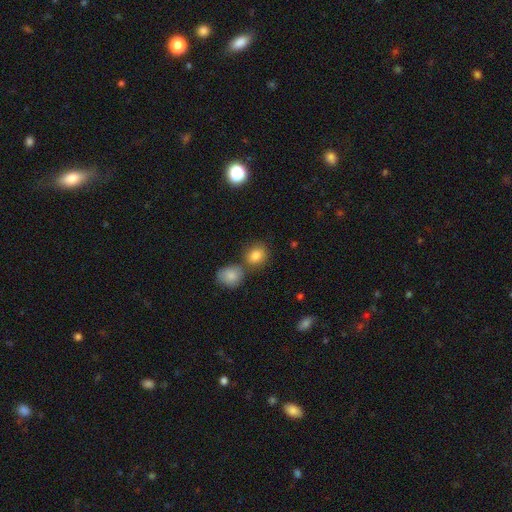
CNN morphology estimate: smooth 83%, star or artifact 10%, featured or disk 7%. Down the decision tree: how rounded — round (70%); merging — none (60%).